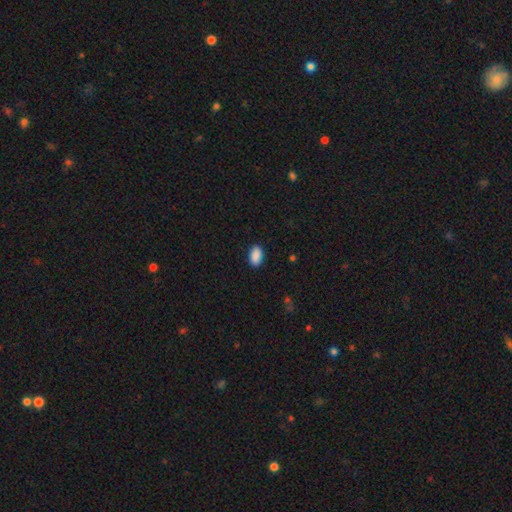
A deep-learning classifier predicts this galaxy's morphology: The model was most divided on "merging": none: 89%, minor disturbance: 8%, major disturbance: 2%, merger: 1%. More confident: how rounded — in between (92%); smooth or featured — smooth (90%).